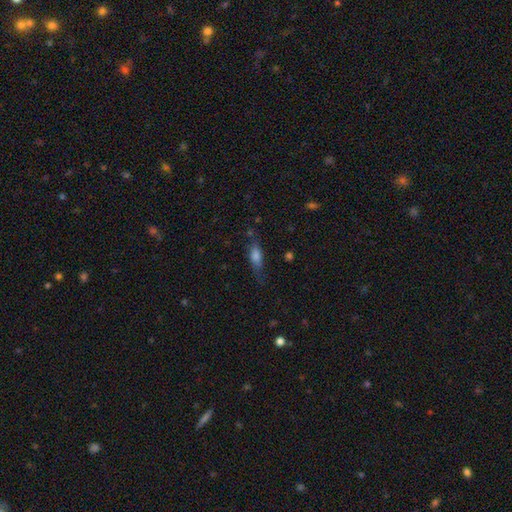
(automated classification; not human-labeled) Smooth or featured?
  - smooth: 70% *
  - featured or disk: 21%
  - star or artifact: 10%
How rounded?
  - in between: 60% *
  - cigar-shaped: 36%
  - round: 4%
Merging?
  - none: 58% *
  - minor disturbance: 28%
  - major disturbance: 11%
  - merger: 3%